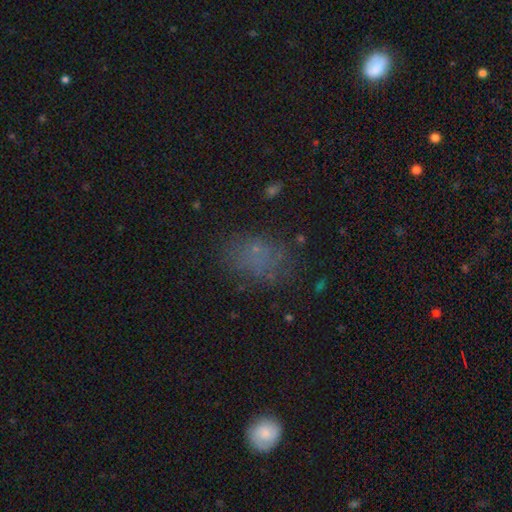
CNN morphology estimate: A smooth galaxy with no disk features (60%) that is in between round and cigar-shaped (74%). Merging: none (60%).